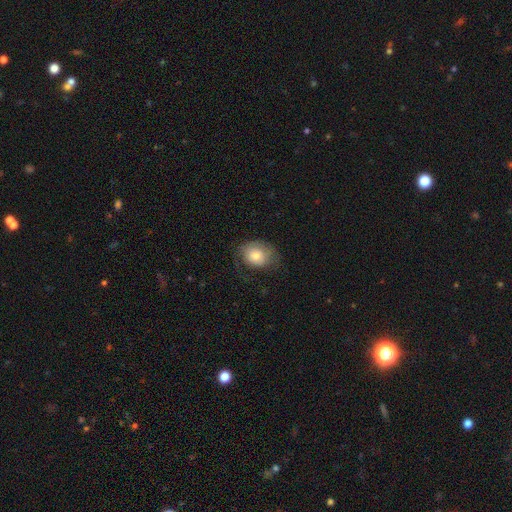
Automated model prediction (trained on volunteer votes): smooth_or_featured: smooth (p=0.72) [alt: featured or disk p=0.20]
how_rounded: in between (p=0.50) [alt: round p=0.49]
merging: none (p=0.56) [alt: minor disturbance p=0.26]